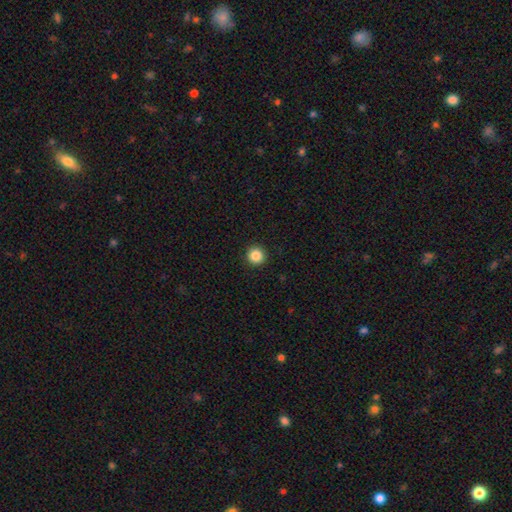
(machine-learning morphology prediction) smooth-or-featured: smooth: 86% | star or artifact: 10% | featured or disk: 3%
  how-rounded: round: 96% | in between: 3% | cigar-shaped: 1%
  merging: none: 93% | minor disturbance: 4% | major disturbance: 2% | merger: 1%